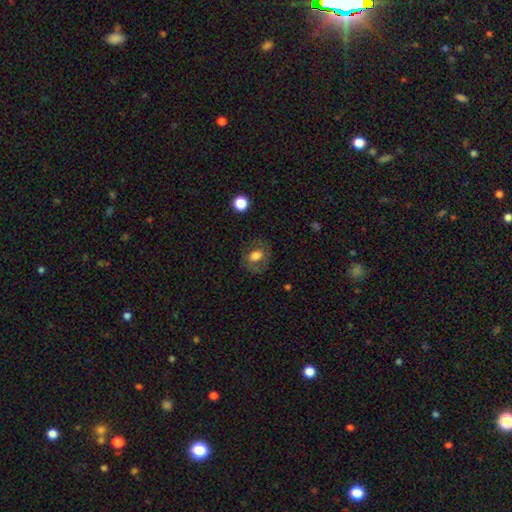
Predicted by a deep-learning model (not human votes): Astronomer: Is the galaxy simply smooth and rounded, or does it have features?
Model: smooth — 65%.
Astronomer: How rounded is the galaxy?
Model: round — 55% (runner-up: in between, 44%).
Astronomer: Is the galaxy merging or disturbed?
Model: none — 72%.